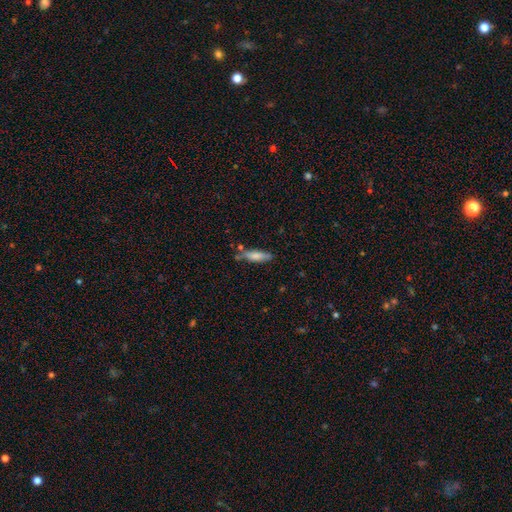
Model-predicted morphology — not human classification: Smooth or featured?
  - smooth: 76% *
  - featured or disk: 18%
  - star or artifact: 7%
How rounded?
  - cigar-shaped: 64% *
  - in between: 34%
  - round: 2%
Merging?
  - none: 66% *
  - minor disturbance: 20%
  - merger: 9%
  - major disturbance: 5%